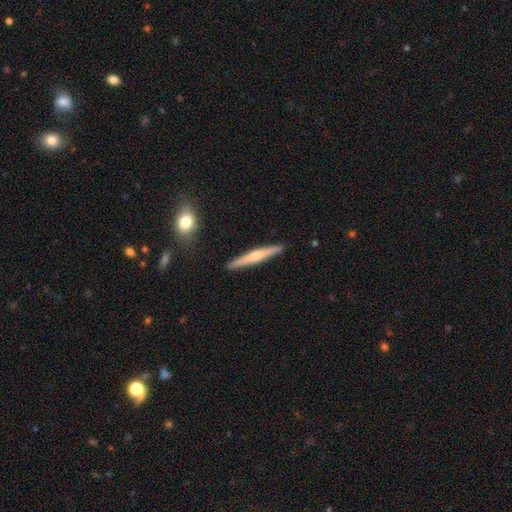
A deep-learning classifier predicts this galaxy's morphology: Smooth or featured? featured or disk (52%)
Edge-on disk? yes (97%)
Edge-on bulge? rounded (66%)
Merging? none (90%)